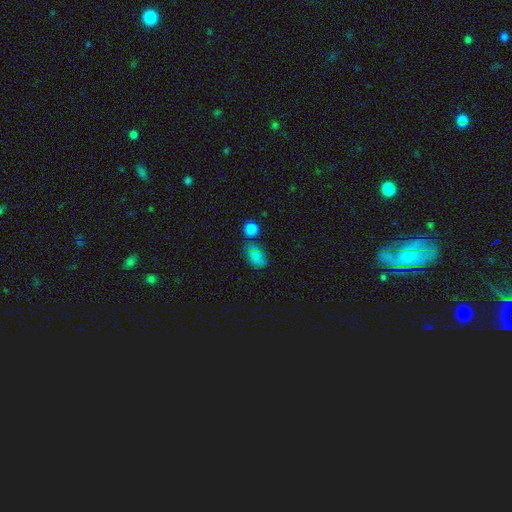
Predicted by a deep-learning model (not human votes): Overall: smooth (77%). How rounded: in between (80%). Merging: none (55%; minor disturbance 24%).